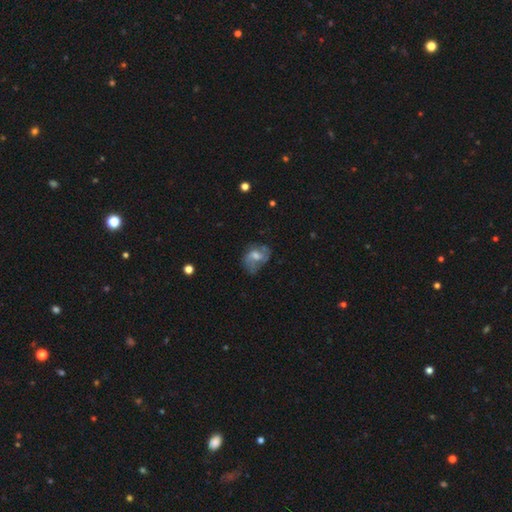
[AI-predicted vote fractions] The model was most divided on "bar": no: 49%, weak: 42%, strong: 9%. Remaining: edge-on disk — no (97%); spiral arms — yes (66%); smooth or featured — featured or disk (56%); bulge size — moderate (46%); merging — none (45%).